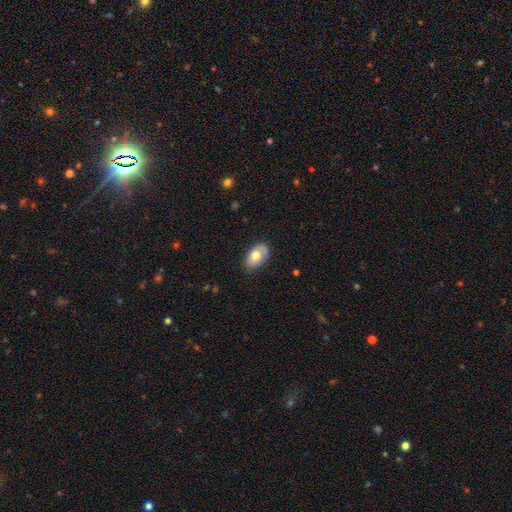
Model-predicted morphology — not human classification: Smooth or featured: smooth — 68% (featured or disk — 25%)
How rounded: in between — 90% (round — 9%)
Merging: none — 74% (minor disturbance — 21%)